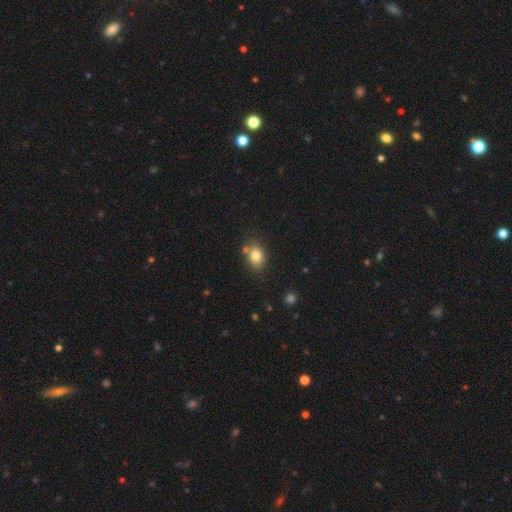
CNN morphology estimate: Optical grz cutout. It shows a smooth galaxy with no disk features (79%) that is in between round and cigar-shaped (59%). Merging: none (67%).